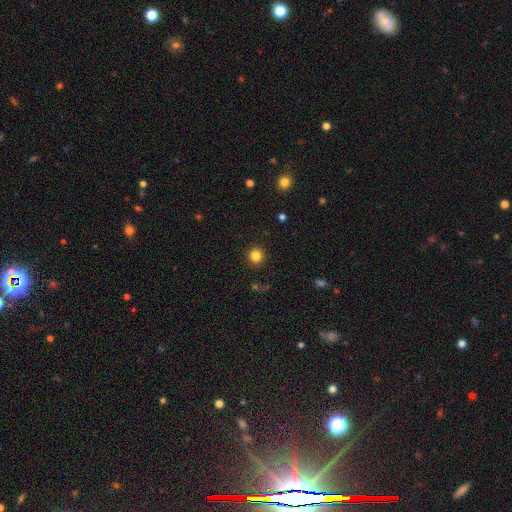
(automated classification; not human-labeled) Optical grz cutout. It shows a smooth galaxy with no disk features (83%) that is round (94%). Merging: none (92%).